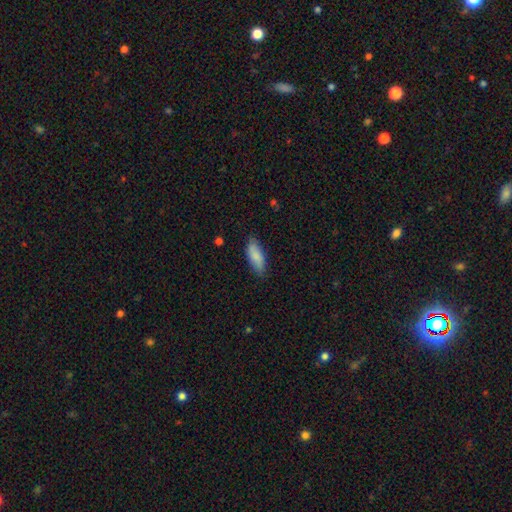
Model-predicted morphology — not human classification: Q: Smooth or featured?
A: smooth (85%); runner-up: featured or disk (9%)
Q: How rounded?
A: in between (75%); runner-up: cigar-shaped (23%)
Q: Merging?
A: none (79%); runner-up: minor disturbance (17%)